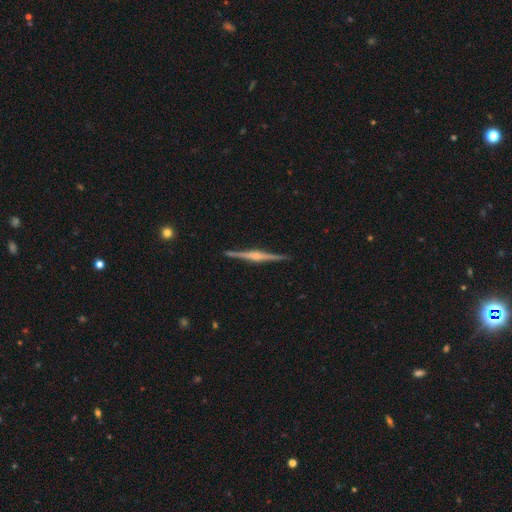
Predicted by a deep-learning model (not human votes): smooth_or_featured: featured or disk (p=0.86) [alt: smooth p=0.09]
disk_edge_on: yes (p=0.99) [alt: no p=0.01]
edge_on_bulge: rounded (p=0.79) [alt: boxy p=0.15]
merging: none (p=0.91) [alt: minor disturbance p=0.06]